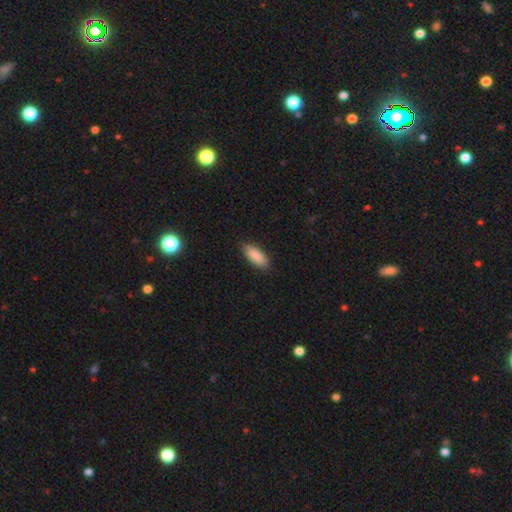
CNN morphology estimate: smooth 89%, star or artifact 6%, featured or disk 5%. Down the decision tree: how rounded — in between (76%); merging — none (88%).